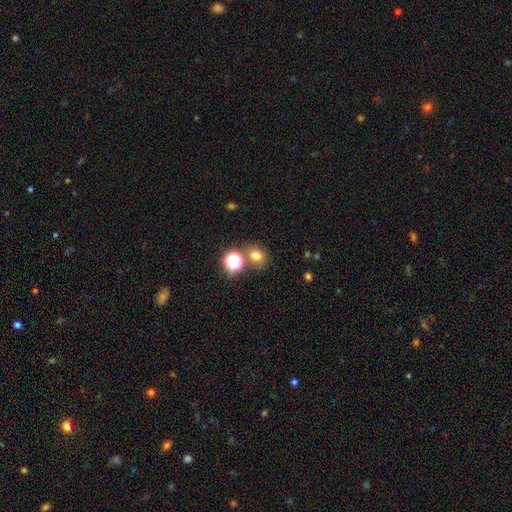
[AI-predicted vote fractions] smooth_or_featured: smooth (p=0.71) [alt: star or artifact p=0.21]
how_rounded: round (p=0.70) [alt: in between p=0.29]
merging: none (p=0.68) [alt: merger p=0.17]